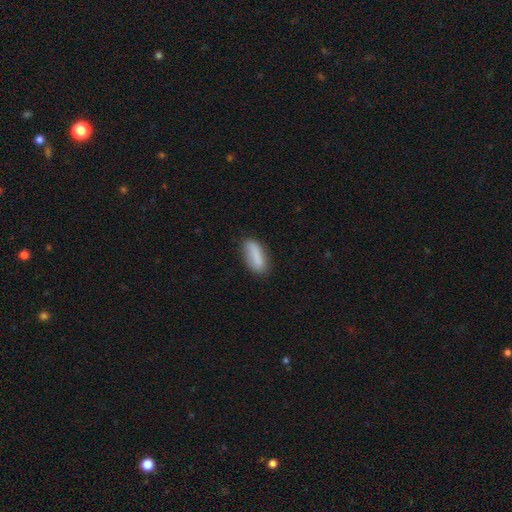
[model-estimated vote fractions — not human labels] This appears to be a smooth galaxy with no disk features (82%) that is in between round and cigar-shaped (67%). Merging: none (74%).